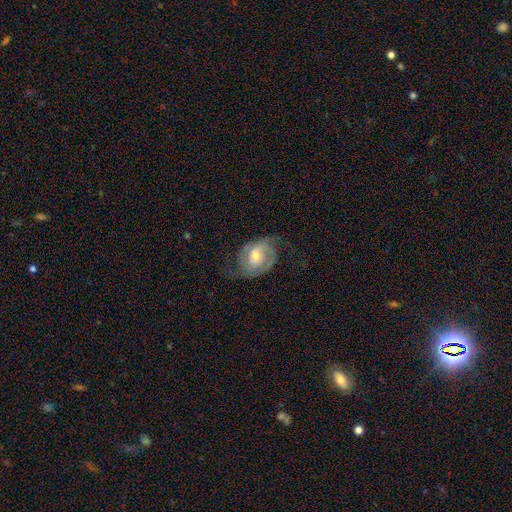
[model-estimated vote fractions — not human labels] Q: Smooth or featured?
A: featured or disk (83%); runner-up: smooth (12%)
Q: Edge-on disk?
A: no (97%); runner-up: yes (3%)
Q: Bar?
A: no (55%); runner-up: weak (36%)
Q: Spiral arms?
A: yes (95%); runner-up: no (5%)
Q: Spiral winding?
A: tight (46%); runner-up: medium (41%)
Q: Spiral arm count?
A: 2 (73%); runner-up: can't tell (11%)
Q: Bulge size?
A: moderate (54%); runner-up: small (39%)
Q: Merging?
A: none (65%); runner-up: minor disturbance (21%)